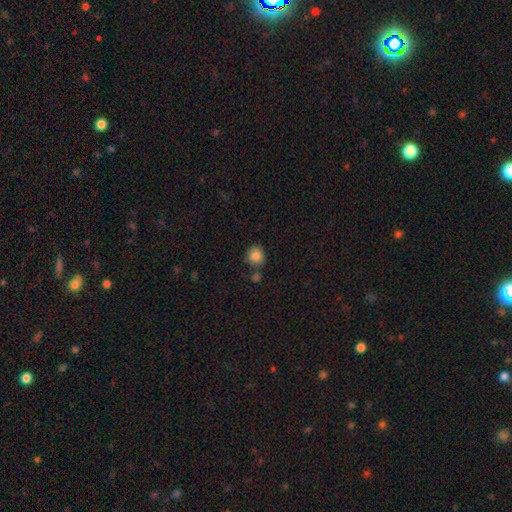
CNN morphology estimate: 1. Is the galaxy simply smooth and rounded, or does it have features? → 85% smooth, 10% star or artifact, 6% featured or disk.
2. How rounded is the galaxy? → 85% round, 15% in between, 1% cigar-shaped.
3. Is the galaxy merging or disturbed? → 74% none, 12% minor disturbance, 11% merger, 3% major disturbance.